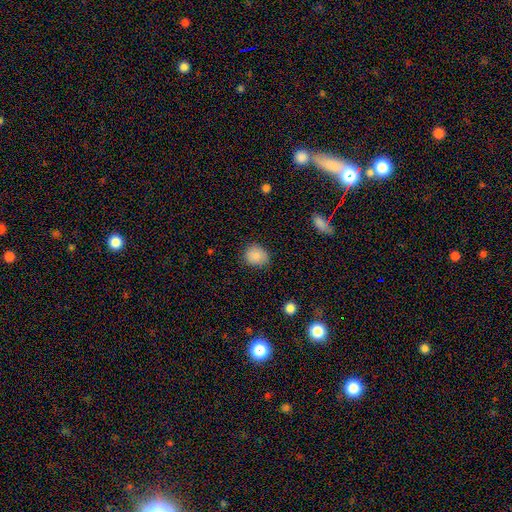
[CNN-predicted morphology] smooth_or_featured: smooth (p=0.85) [alt: star or artifact p=0.09]
how_rounded: round (p=0.71) [alt: in between p=0.28]
merging: none (p=0.75) [alt: minor disturbance p=0.20]